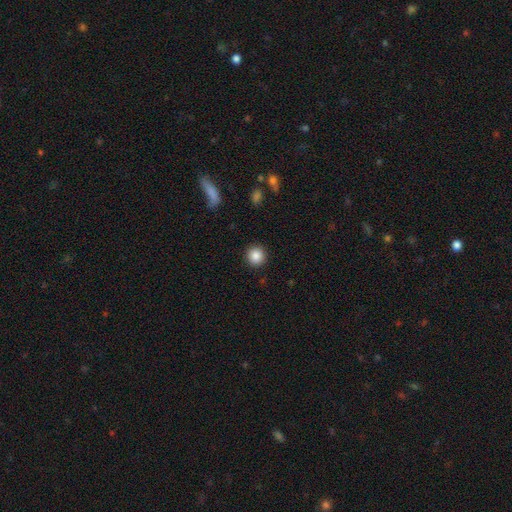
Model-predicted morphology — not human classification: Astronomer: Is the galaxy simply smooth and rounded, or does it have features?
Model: smooth — 86%.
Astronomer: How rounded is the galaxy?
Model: round — 94%.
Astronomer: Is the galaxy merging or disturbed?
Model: none — 92%.